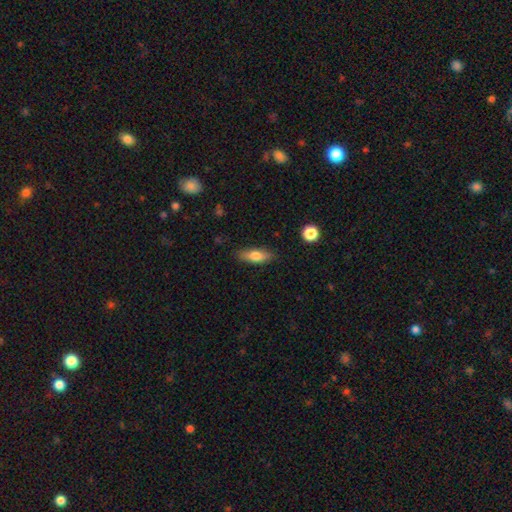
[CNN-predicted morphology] type=smooth (72%); roundness=in between (64%); merging=none (84%).